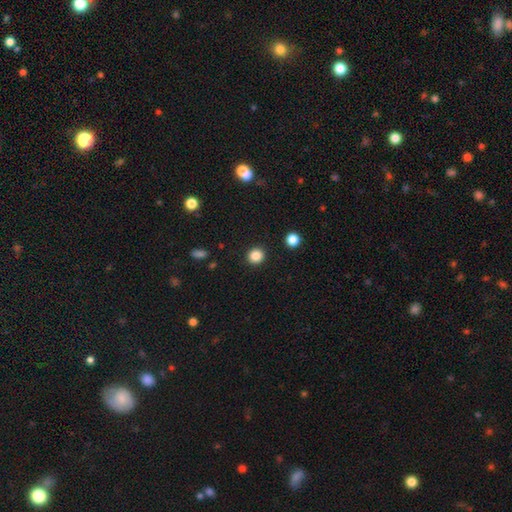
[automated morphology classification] A smooth galaxy with no disk features (85%) that is round (89%).

Vote fractions:
- Smooth or featured? smooth: 85% / star or artifact: 11% / featured or disk: 4%
- How rounded? round: 89% / in between: 10% / cigar-shaped: 1%
- Merging? none: 92% / minor disturbance: 5% / major disturbance: 2% / merger: 1%